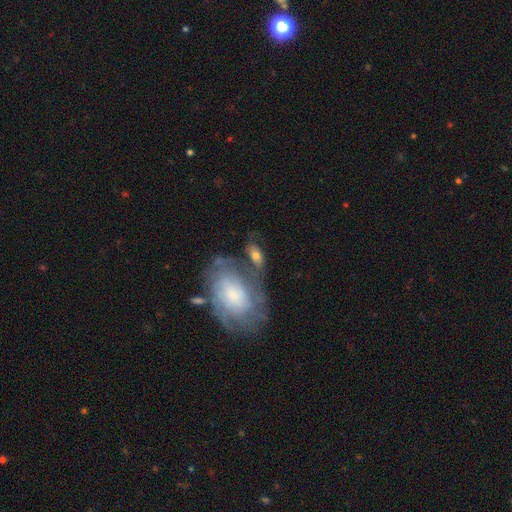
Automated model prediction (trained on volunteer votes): A smooth galaxy with no disk features (49%).

Vote fractions:
- Smooth or featured? smooth: 49% / featured or disk: 42% / star or artifact: 9%
- Merging? none: 46% / merger: 21% / minor disturbance: 20% / major disturbance: 13%